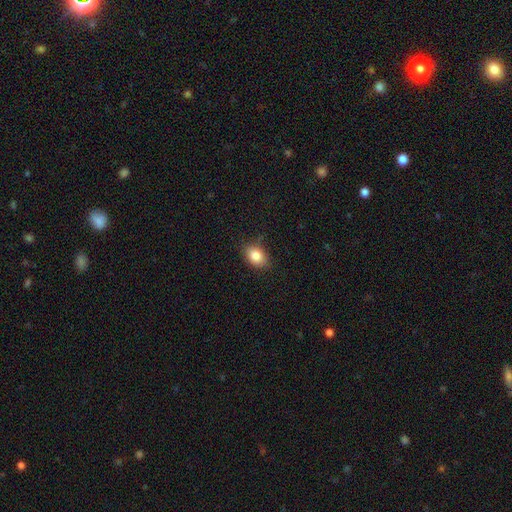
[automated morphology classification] Smooth or featured? Predicted: smooth (p=0.84). How rounded? Predicted: in between (p=0.77). Merging? Predicted: none (p=0.79).